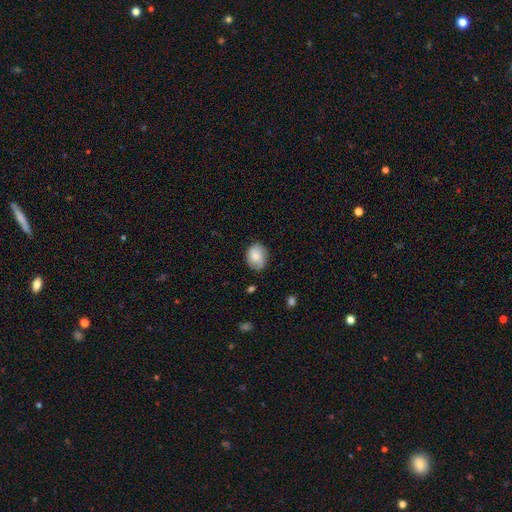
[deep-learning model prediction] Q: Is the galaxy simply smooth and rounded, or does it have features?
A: smooth — 78%.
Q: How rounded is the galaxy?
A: in between — 54%.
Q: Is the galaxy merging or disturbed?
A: none — 73%.